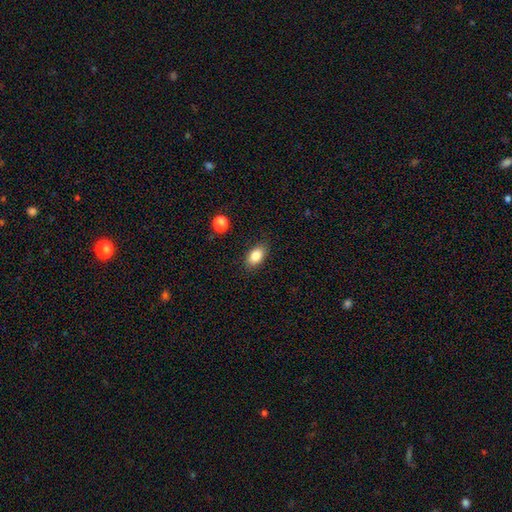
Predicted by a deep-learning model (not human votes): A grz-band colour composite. It shows a smooth galaxy with no disk features (85%) that is in between round and cigar-shaped (90%). Merging: none (85%).